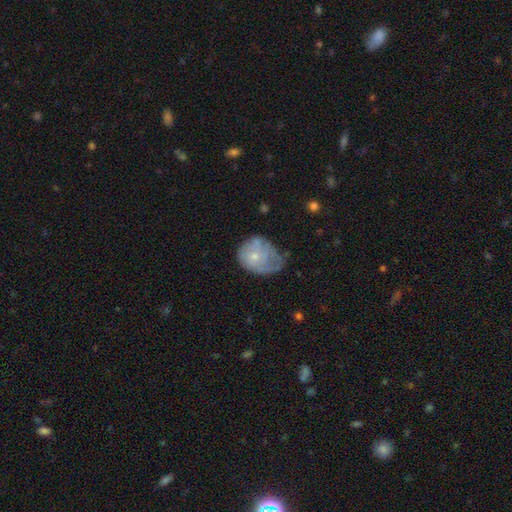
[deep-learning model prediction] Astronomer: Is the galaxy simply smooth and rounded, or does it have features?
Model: smooth — 53% (runner-up: featured or disk, 39%).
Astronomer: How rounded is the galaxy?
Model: in between — 50% (runner-up: round, 49%).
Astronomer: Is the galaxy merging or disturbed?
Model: minor disturbance — 38% (runner-up: major disturbance, 30%).